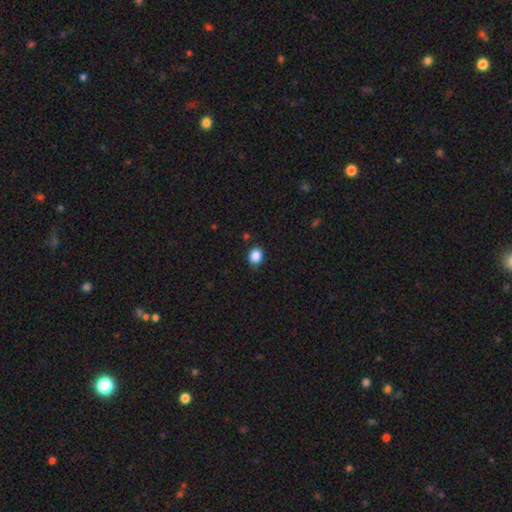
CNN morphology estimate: Smooth or featured? Predicted: smooth (p=0.86). How rounded? Predicted: round (p=0.69). Merging? Predicted: none (p=0.85).